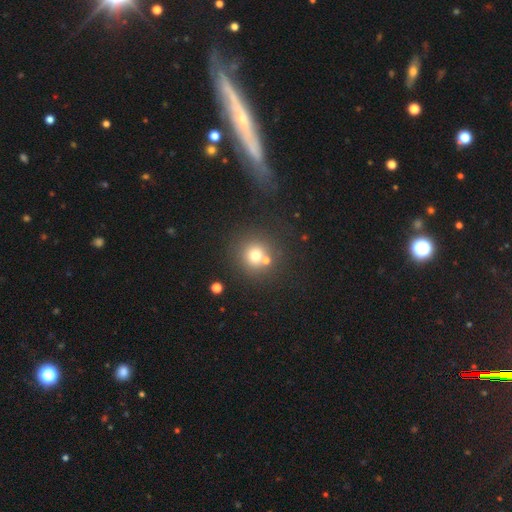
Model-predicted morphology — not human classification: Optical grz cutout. It shows a smooth galaxy with no disk features (70%) that is round (92%). Merging: none (67%).